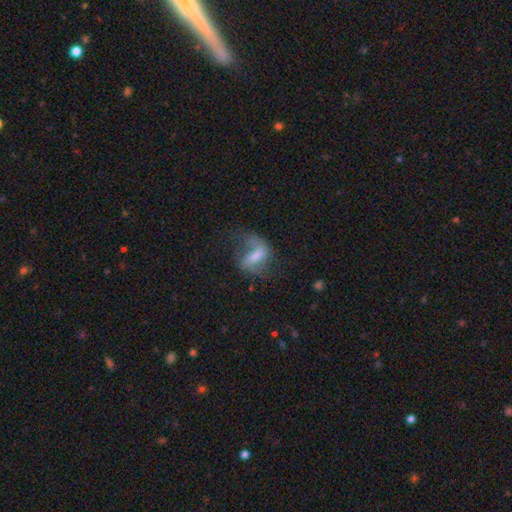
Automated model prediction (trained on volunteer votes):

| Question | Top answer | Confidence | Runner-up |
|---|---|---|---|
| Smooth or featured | featured or disk | 57% | smooth (33%) |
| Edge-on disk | no | 95% | yes (5%) |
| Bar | strong | 40% | tied: weak (40%) |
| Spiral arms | yes | 75% | no (25%) |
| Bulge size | moderate | 33% | none (27%) |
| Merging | none | 39% | major disturbance (36%) |